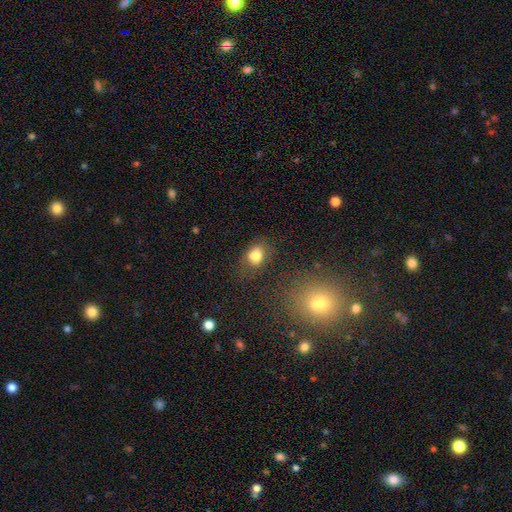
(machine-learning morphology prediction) This is likely a smooth galaxy (79%). How rounded: likely in between (67%). Merging: possibly none (53%).